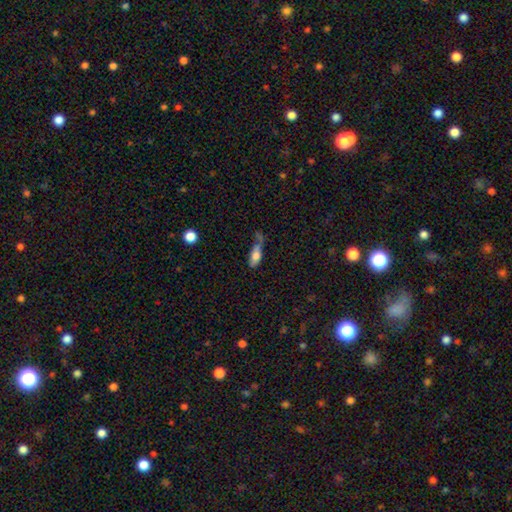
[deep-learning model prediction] Smooth or featured? smooth (68%)
How rounded? in between (68%)
Merging? none (29%)